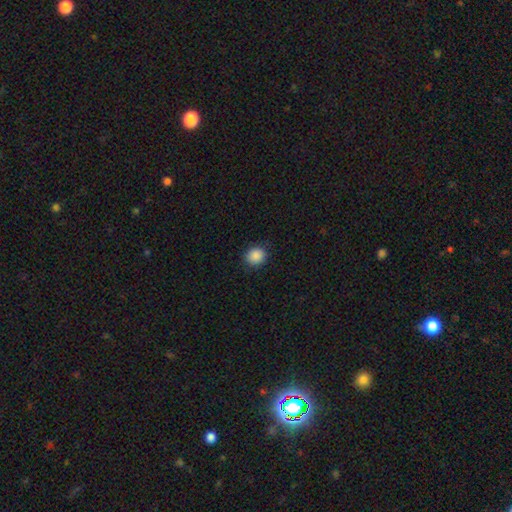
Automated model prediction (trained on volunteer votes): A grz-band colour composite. It shows a smooth galaxy with no disk features (88%) that is round (81%). Merging: none (88%).